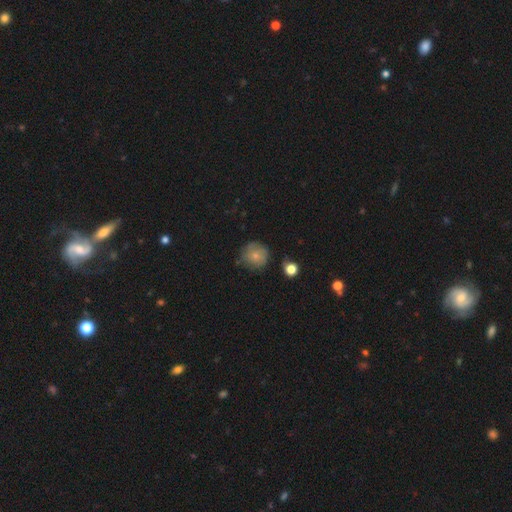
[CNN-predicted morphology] This is likely a smooth galaxy (65%). How rounded: clearly round (90%). Merging: likely none (68%).